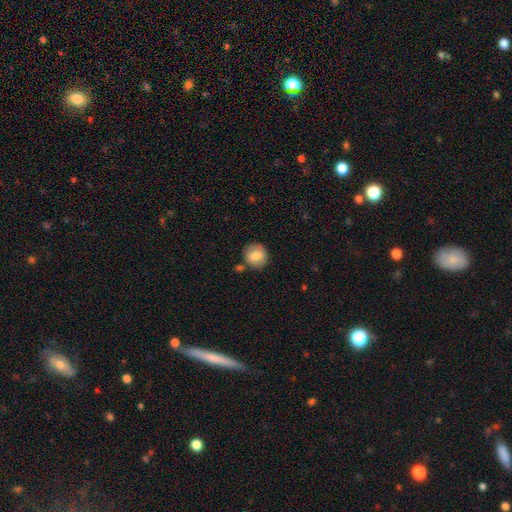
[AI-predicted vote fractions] A smooth galaxy with no disk features (79%) that is round (92%). Merging: none (80%).